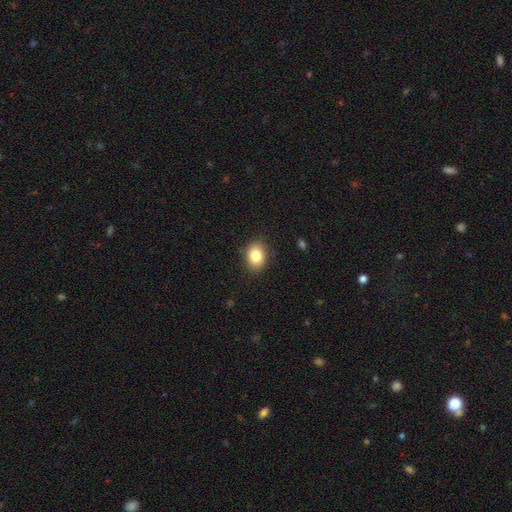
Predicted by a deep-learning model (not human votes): Overall: smooth (85%). How rounded: in between (63%; round 36%). Merging: none (86%).